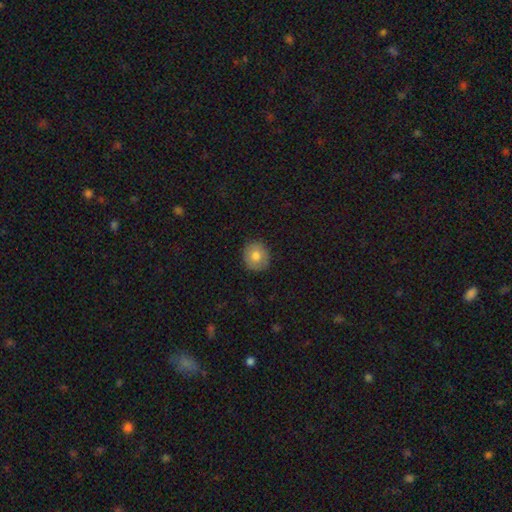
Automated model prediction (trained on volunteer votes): Smooth or featured?
  - smooth: 78% *
  - featured or disk: 14%
  - star or artifact: 9%
How rounded?
  - round: 85% *
  - in between: 14%
  - cigar-shaped: 1%
Merging?
  - none: 89% *
  - minor disturbance: 8%
  - major disturbance: 2%
  - merger: 1%